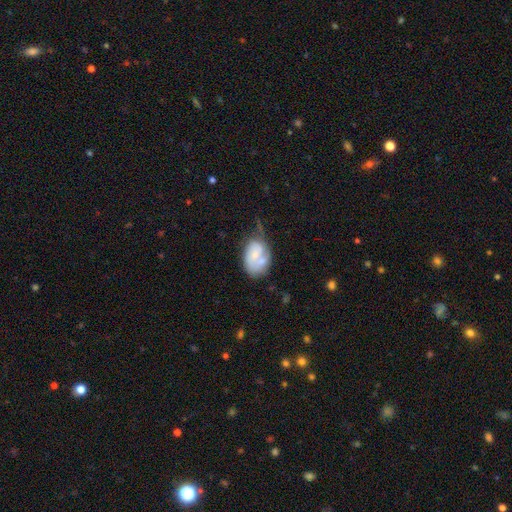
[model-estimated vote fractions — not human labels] Smooth or featured? Predicted: smooth (p=0.52). How rounded? Predicted: in between (p=0.83). Merging? Predicted: none (p=0.30).